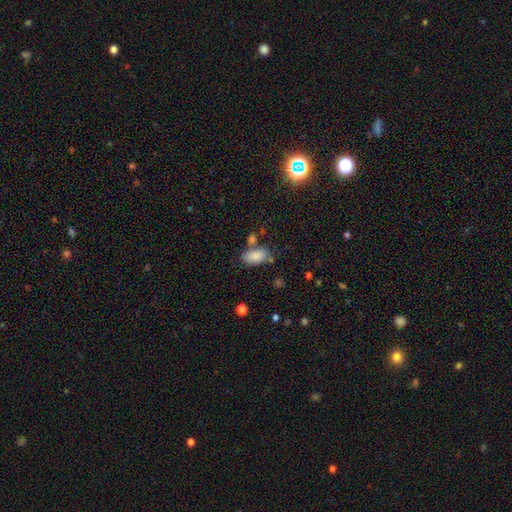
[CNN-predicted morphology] The model was most divided on "merging": none: 63%, minor disturbance: 17%, merger: 15%, major disturbance: 5%. More confident: how rounded — in between (92%); smooth or featured — smooth (84%).